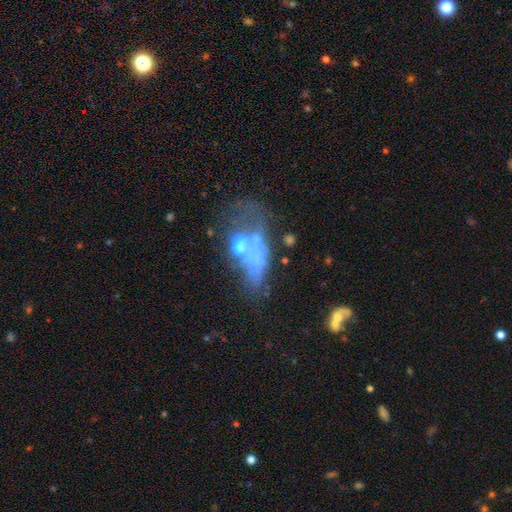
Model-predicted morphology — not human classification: Smooth or featured?
  - featured or disk: 48% *
  - smooth: 35%
  - star or artifact: 16%
Merging?
  - major disturbance: 42% *
  - merger: 24%
  - none: 20%
  - minor disturbance: 15%